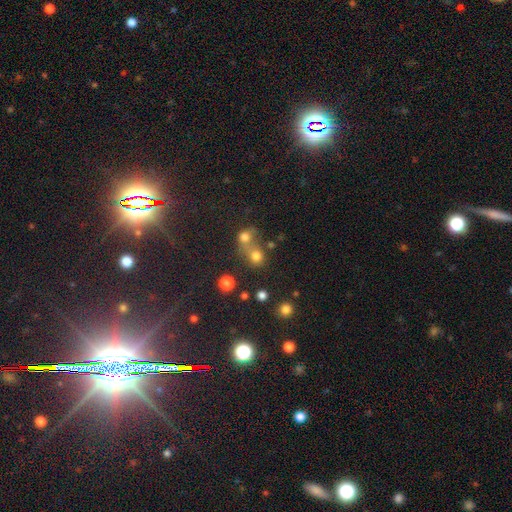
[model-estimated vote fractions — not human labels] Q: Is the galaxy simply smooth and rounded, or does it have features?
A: smooth — 72%.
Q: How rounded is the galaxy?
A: round — 81%.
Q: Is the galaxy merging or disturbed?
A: merger — 50%.